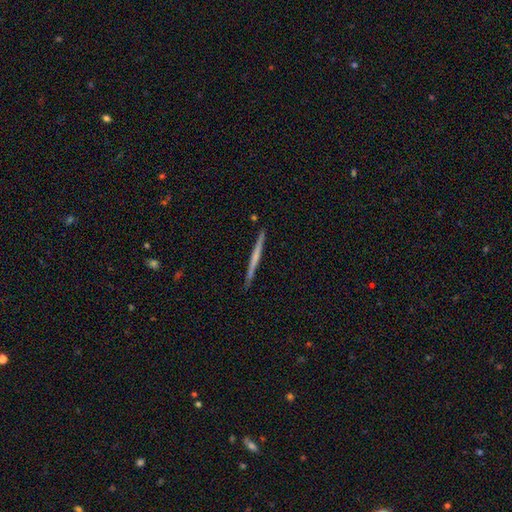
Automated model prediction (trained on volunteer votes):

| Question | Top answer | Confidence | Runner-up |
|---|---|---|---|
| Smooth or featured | featured or disk | 54% | smooth (41%) |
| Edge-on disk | yes | 98% | no (2%) |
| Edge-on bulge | none | 83% | rounded (11%) |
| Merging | none | 91% | minor disturbance (7%) |